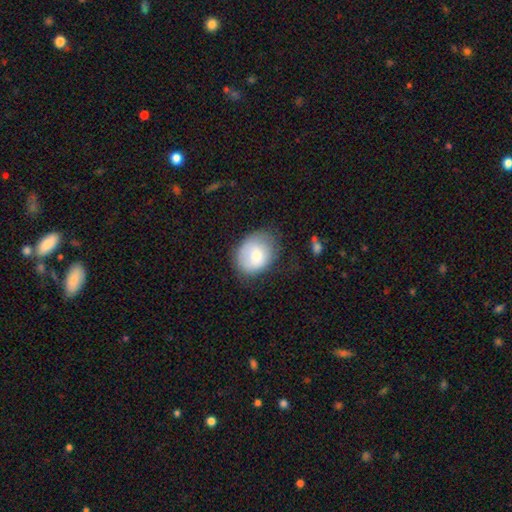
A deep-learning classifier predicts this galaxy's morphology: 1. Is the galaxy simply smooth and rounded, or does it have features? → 74% smooth, 18% featured or disk, 7% star or artifact.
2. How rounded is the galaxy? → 52% round, 47% in between, 1% cigar-shaped.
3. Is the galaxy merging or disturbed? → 58% none, 28% minor disturbance, 12% major disturbance, 2% merger.